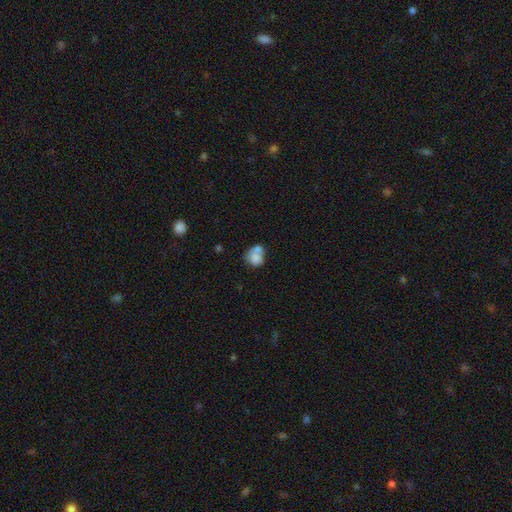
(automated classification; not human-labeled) smooth_or_featured: smooth (p=0.76) [alt: featured or disk p=0.15]
how_rounded: round (p=0.67) [alt: in between p=0.32]
merging: merger (p=0.47) [alt: none p=0.32]